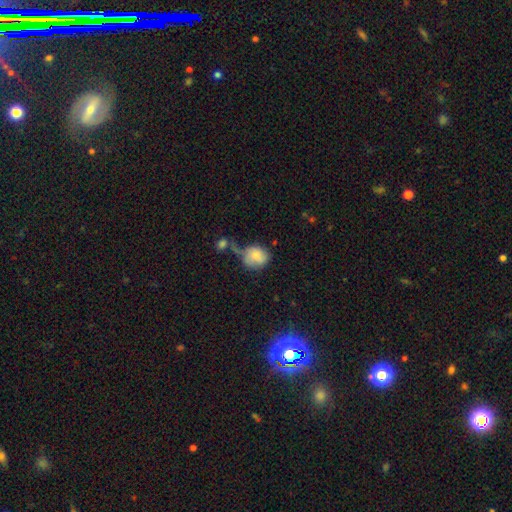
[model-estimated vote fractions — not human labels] smooth-or-featured: smooth: 72% | featured or disk: 20% | star or artifact: 8%
  how-rounded: round: 63% | in between: 36% | cigar-shaped: 1%
  merging: none: 33% | minor disturbance: 27% | merger: 21% | major disturbance: 19%